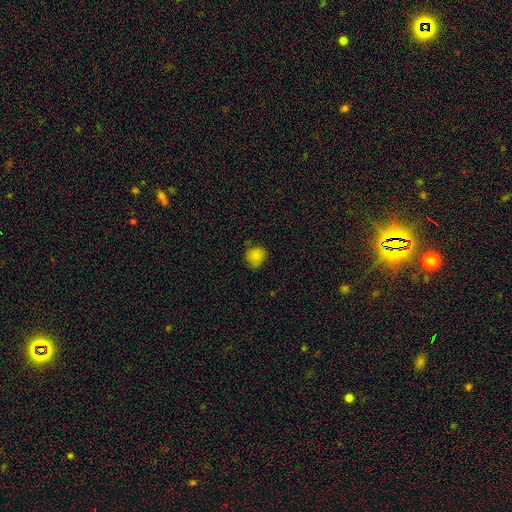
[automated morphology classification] A smooth galaxy with no disk features (83%) that is round (78%). Merging: none (70%).